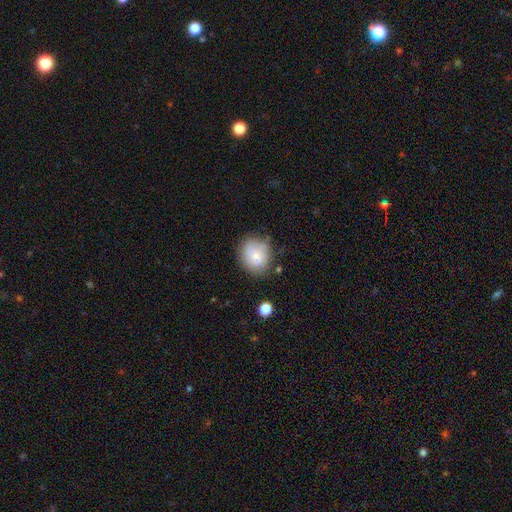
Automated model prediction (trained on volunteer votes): Q: Smooth or featured?
A: smooth (76%); runner-up: featured or disk (16%)
Q: How rounded?
A: round (68%); runner-up: in between (31%)
Q: Merging?
A: none (69%); runner-up: minor disturbance (21%)